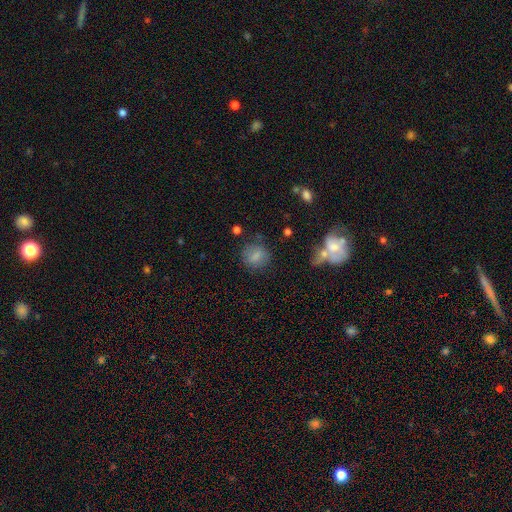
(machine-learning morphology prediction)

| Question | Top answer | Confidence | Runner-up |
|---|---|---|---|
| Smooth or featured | smooth | 77% | featured or disk (12%) |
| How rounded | round | 72% | in between (26%) |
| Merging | none | 77% | minor disturbance (15%) |